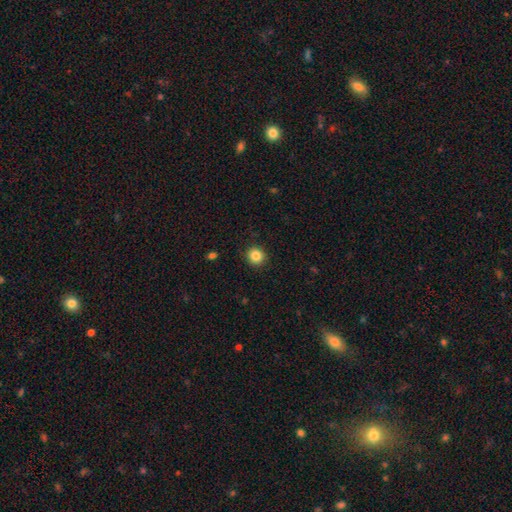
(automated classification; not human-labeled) Q: Smooth or featured?
A: smooth (85%); runner-up: star or artifact (10%)
Q: How rounded?
A: round (91%); runner-up: in between (8%)
Q: Merging?
A: none (91%); runner-up: minor disturbance (6%)